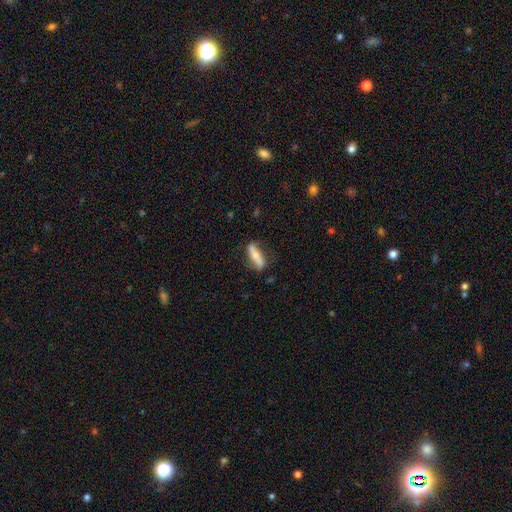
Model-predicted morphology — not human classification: A smooth galaxy with no disk features (53%) that is cigar-shaped (57%). Merging: none (70%).